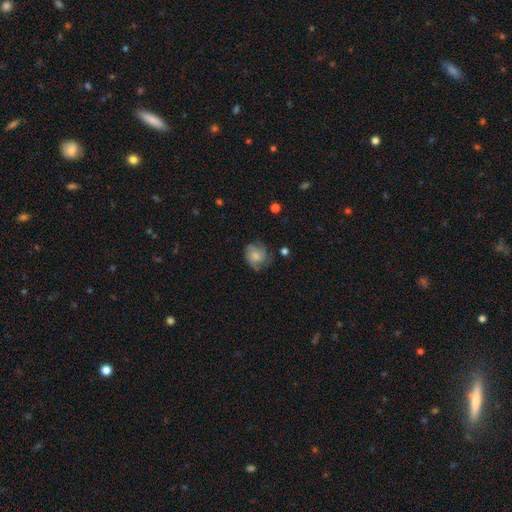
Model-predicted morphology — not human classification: featured or disk 52%, smooth 40%, star or artifact 9%. Down the decision tree: edge-on disk — no (97%); bar — no (77%); spiral arms — yes (86%); bulge size — moderate (43%); merging — none (66%).